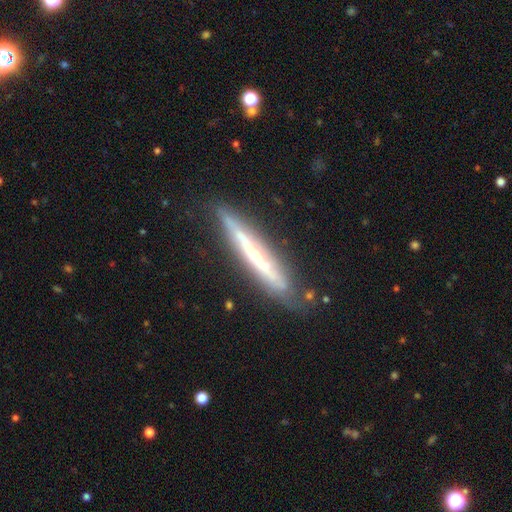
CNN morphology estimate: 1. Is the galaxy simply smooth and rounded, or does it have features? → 73% featured or disk, 21% smooth, 6% star or artifact.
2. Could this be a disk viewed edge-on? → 88% yes, 12% no.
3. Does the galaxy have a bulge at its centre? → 51% rounded, 43% none, 6% boxy.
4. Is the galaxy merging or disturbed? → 79% none, 16% minor disturbance, 3% major disturbance, 2% merger.